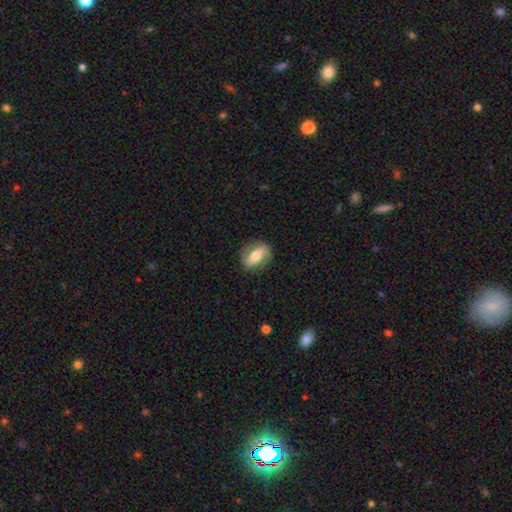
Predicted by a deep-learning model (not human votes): Q: Smooth or featured?
A: featured or disk (53%); runner-up: smooth (40%)
Q: Edge-on disk?
A: no (86%); runner-up: yes (14%)
Q: Merging?
A: none (83%); runner-up: minor disturbance (12%)